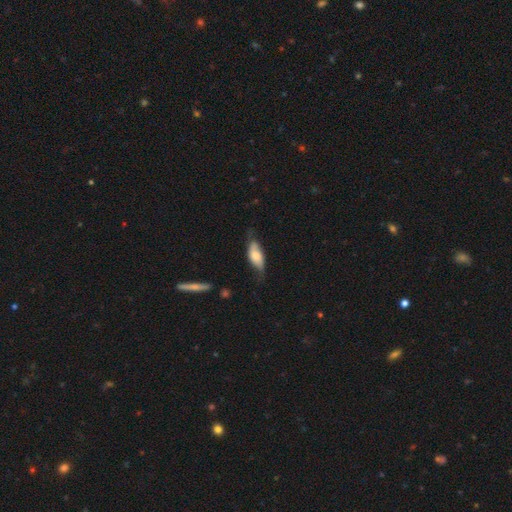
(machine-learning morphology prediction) This is possibly a smooth galaxy (58%). How rounded: likely in between (79%). Merging: possibly none (53%).